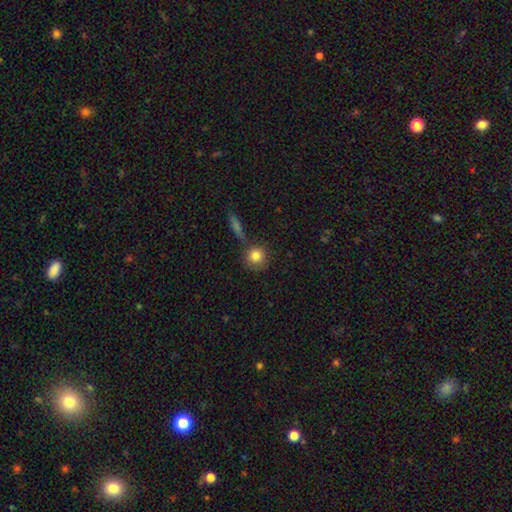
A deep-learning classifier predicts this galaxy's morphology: This is clearly a smooth galaxy (83%). How rounded: clearly round (90%). Merging: likely none (75%).